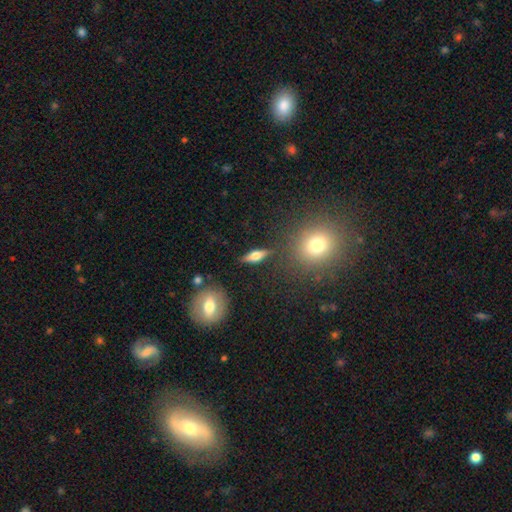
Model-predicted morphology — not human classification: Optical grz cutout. It shows a featured or disk galaxy (48%). Merging: none (84%).